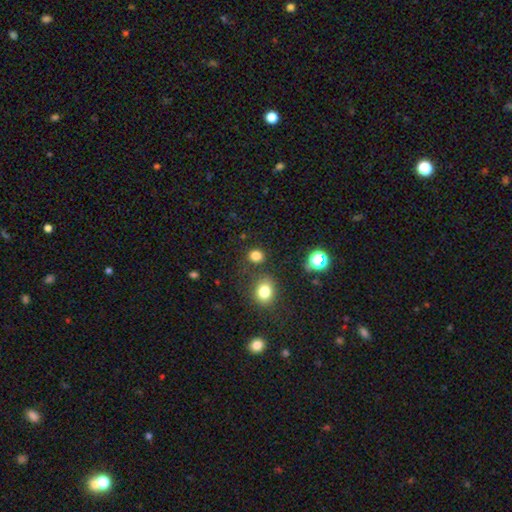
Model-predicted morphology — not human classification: This is likely a smooth galaxy (78%). How rounded: likely round (75%). Merging: likely none (79%).